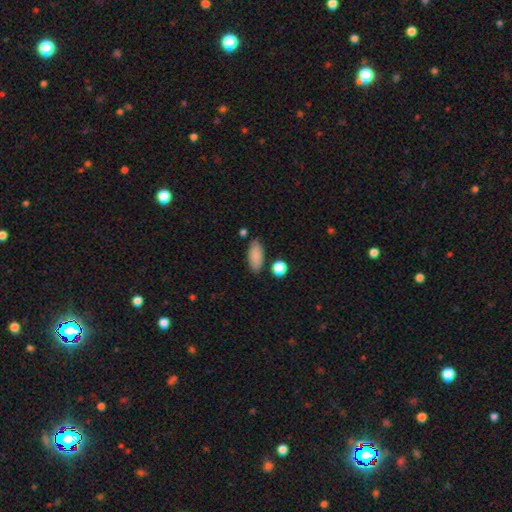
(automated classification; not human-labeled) smooth 87%, star or artifact 7%, featured or disk 6%. Down the decision tree: how rounded — in between (85%); merging — none (80%).